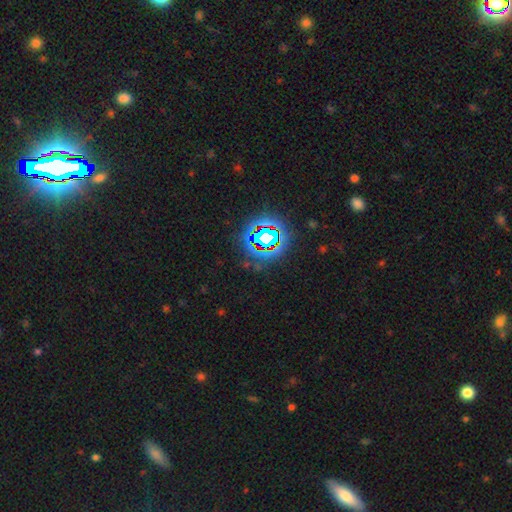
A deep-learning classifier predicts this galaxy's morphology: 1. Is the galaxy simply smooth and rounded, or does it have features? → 80% star or artifact, 12% smooth, 8% featured or disk.